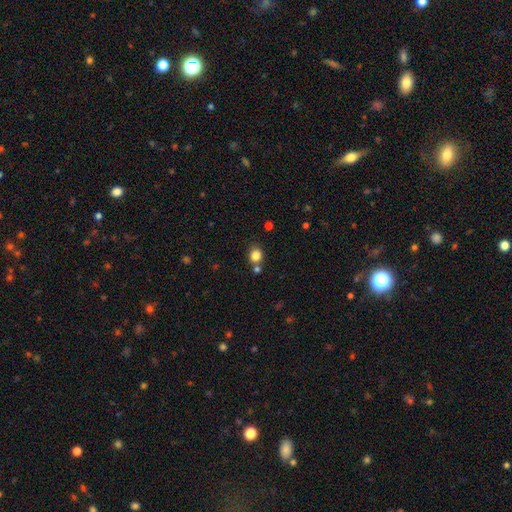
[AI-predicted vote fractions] smooth 82%, star or artifact 12%, featured or disk 6%. Down the decision tree: how rounded — round (73%); merging — none (68%).